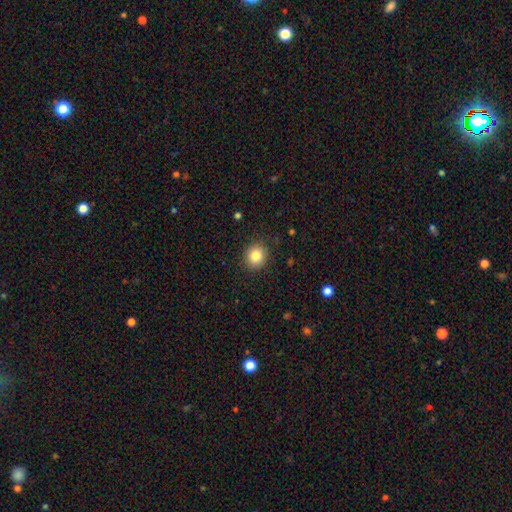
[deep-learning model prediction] This appears to be a smooth galaxy with no disk features (83%) that is round (77%). Merging: none (89%).